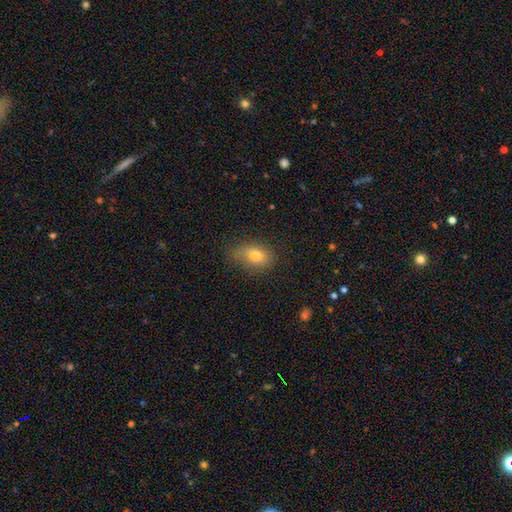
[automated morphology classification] Q: Smooth or featured?
A: smooth (77%); runner-up: featured or disk (13%)
Q: How rounded?
A: in between (82%); runner-up: round (16%)
Q: Merging?
A: none (68%); runner-up: minor disturbance (24%)